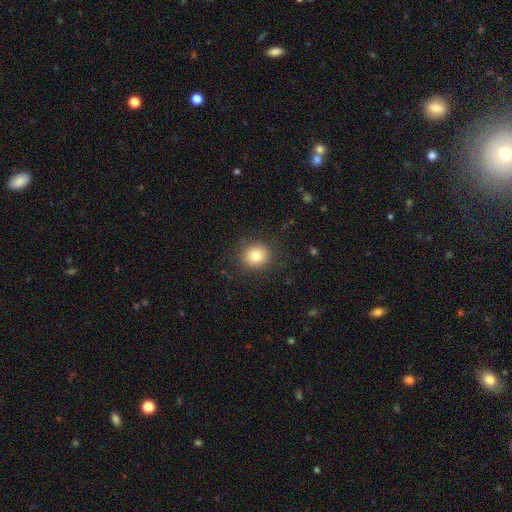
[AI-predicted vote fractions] Smooth or featured: smooth — 81% (star or artifact — 11%)
How rounded: round — 79% (in between — 20%)
Merging: none — 88% (minor disturbance — 8%)